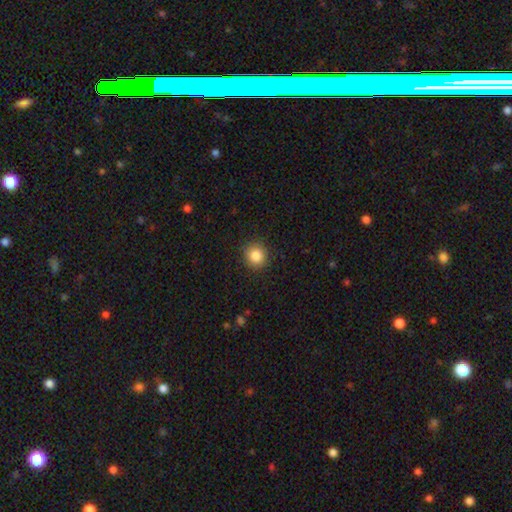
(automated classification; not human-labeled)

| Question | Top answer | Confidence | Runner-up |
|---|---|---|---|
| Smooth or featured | smooth | 85% | star or artifact (10%) |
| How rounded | round | 89% | in between (10%) |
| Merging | none | 90% | minor disturbance (7%) |